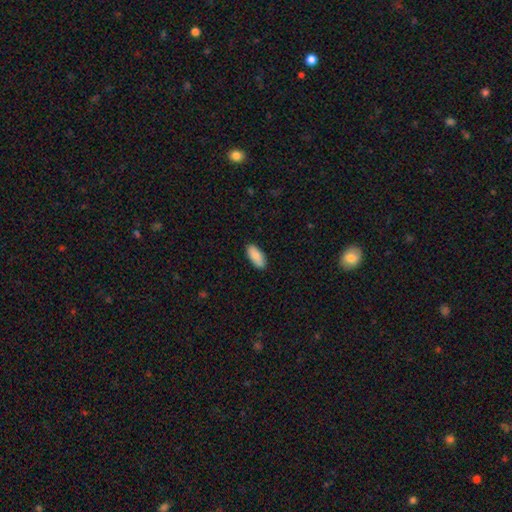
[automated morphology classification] Overall: smooth (87%). How rounded: in between (88%). Merging: none (87%).